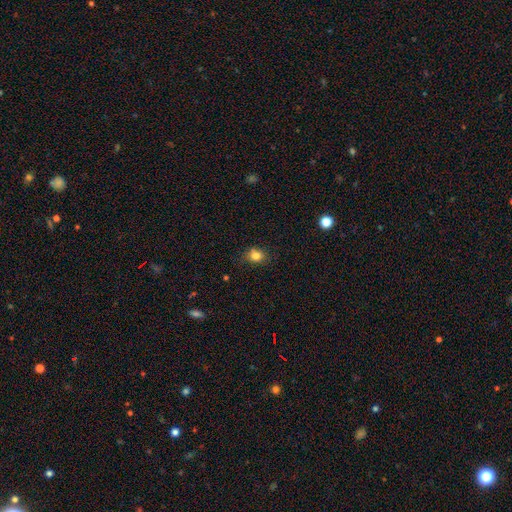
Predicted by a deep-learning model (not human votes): Overall: smooth (81%). How rounded: round (59%; in between 40%). Merging: none (76%).